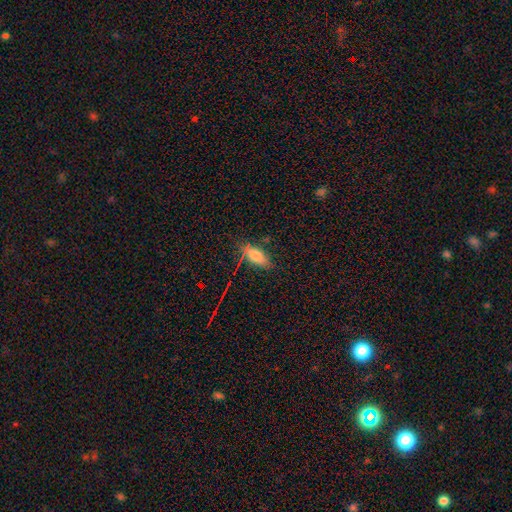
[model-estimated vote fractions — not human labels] This appears to be a smooth galaxy with no disk features (75%) that is in between round and cigar-shaped (84%). Merging: none (74%).